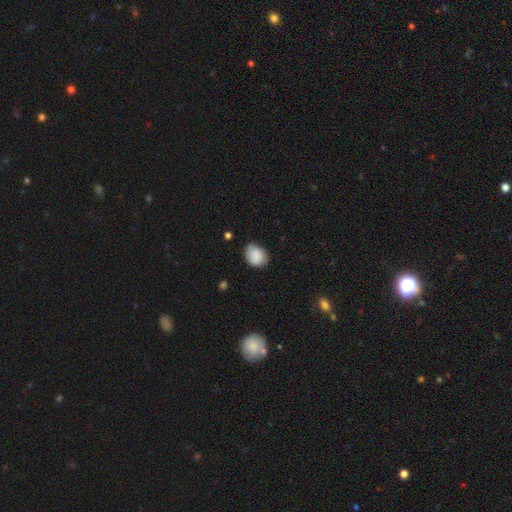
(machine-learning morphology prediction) Smooth or featured? Predicted: smooth (p=0.84). How rounded? Predicted: in between (p=0.52). Merging? Predicted: none (p=0.65).